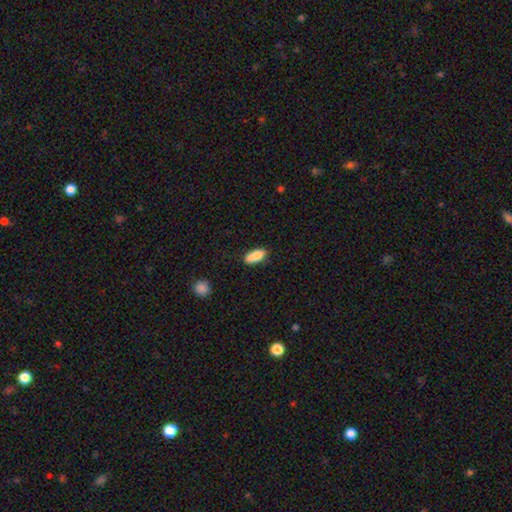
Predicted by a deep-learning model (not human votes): This is clearly a smooth galaxy (83%). How rounded: clearly in between (81%). Merging: likely none (72%).